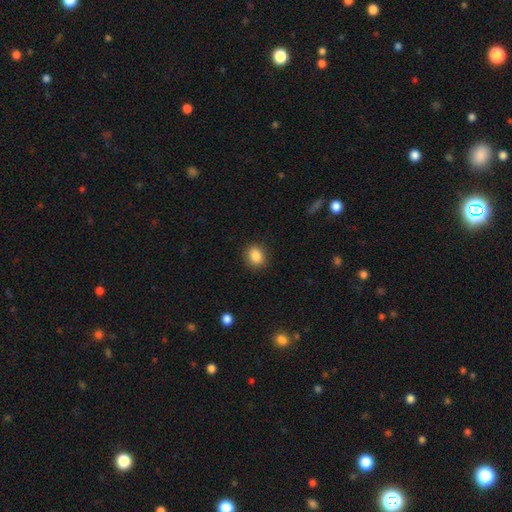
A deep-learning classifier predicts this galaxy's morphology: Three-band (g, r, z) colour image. It shows a smooth galaxy with no disk features (87%) that is round (57%). Merging: none (88%).